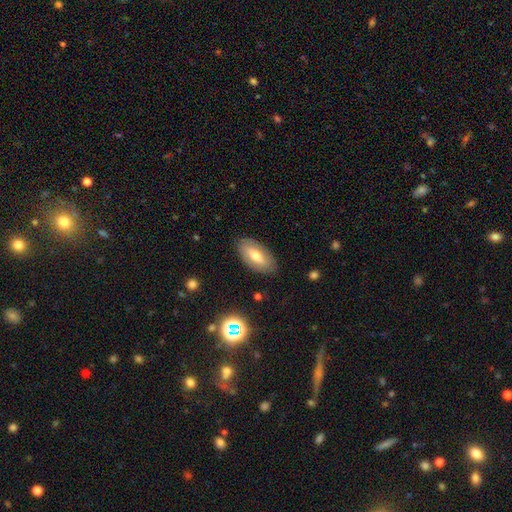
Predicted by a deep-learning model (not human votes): Overall: smooth (62%; featured or disk 30%). How rounded: in between (90%). Merging: none (85%).